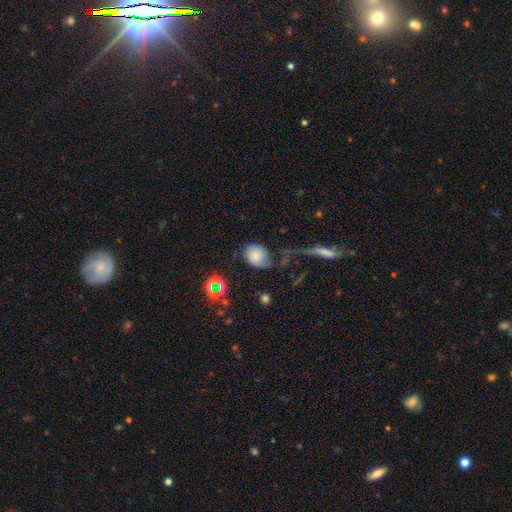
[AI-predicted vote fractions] smooth 65%, featured or disk 22%, star or artifact 14%. Down the decision tree: how rounded — round (59%); merging — none (41%).